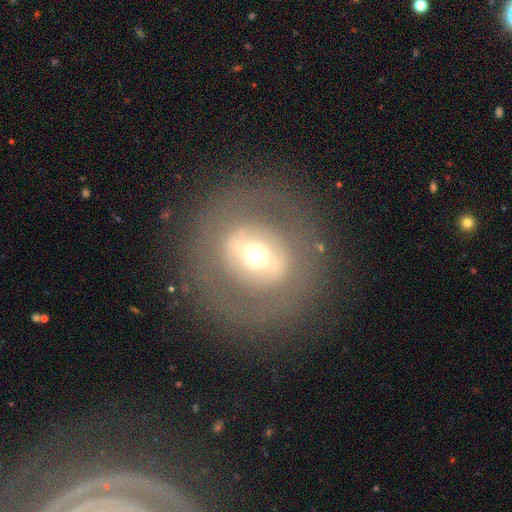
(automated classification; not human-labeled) The model was most divided on "smooth or featured": featured or disk: 55%, smooth: 36%, star or artifact: 9%. More confident: edge-on disk — no (90%); merging — none (82%).